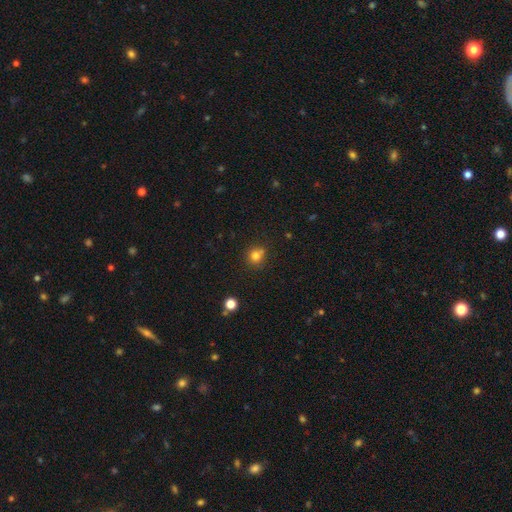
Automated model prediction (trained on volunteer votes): Overall: smooth (78%). How rounded: round (84%). Merging: none (67%).